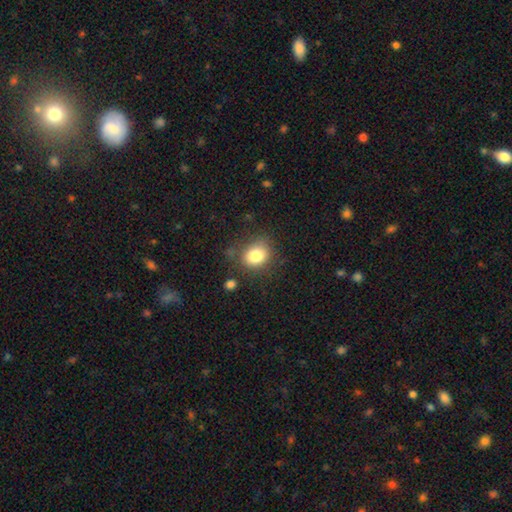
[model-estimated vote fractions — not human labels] Overall: smooth (81%). How rounded: round (54%; in between 45%). Merging: none (75%).